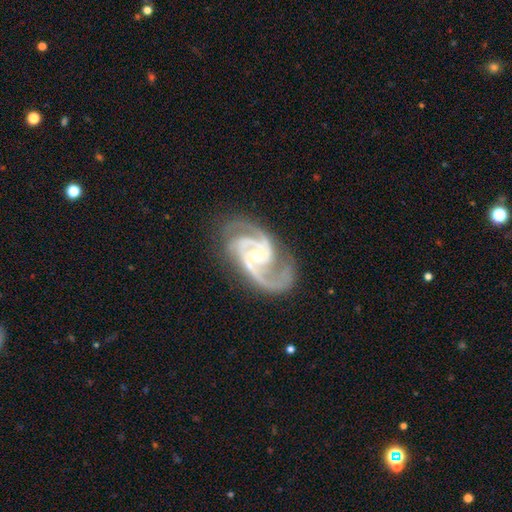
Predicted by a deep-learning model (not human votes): smooth-or-featured: featured or disk: 94% | star or artifact: 4% | smooth: 2%
  disk-edge-on: no: 98% | yes: 2%
    bar: no: 46% | weak: 36% | strong: 18%
    has-spiral-arms: yes: 99% | no: 1%
      spiral-winding: medium: 58% | tight: 31% | loose: 11%
      spiral-arm-count: 2: 53% | 3: 32% | can't tell: 4% | 4: 4% | 1: 3% | more than 4: 3%
    bulge-size: moderate: 50% | small: 47% | large: 2% | none: 1% | dominant: 1%
  merging: none: 71% | minor disturbance: 17% | major disturbance: 10% | merger: 2%